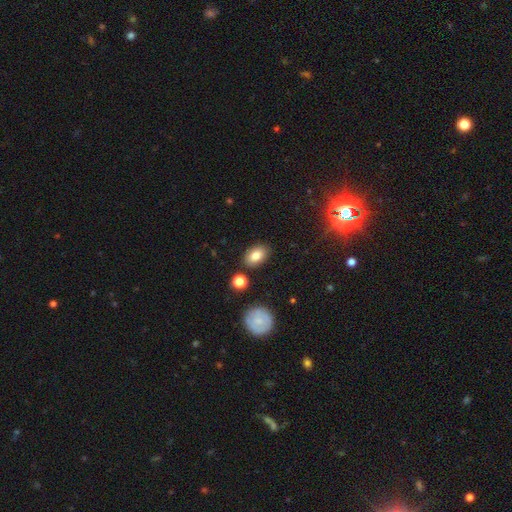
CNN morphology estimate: Smooth or featured: smooth — 82% (featured or disk — 9%)
How rounded: in between — 87% (round — 12%)
Merging: none — 84% (minor disturbance — 10%)